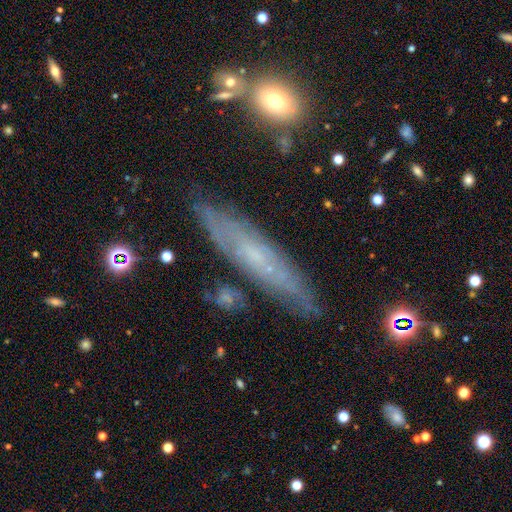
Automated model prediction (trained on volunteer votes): This appears to be a featured or disk galaxy (61%) viewed edge-on (59%). Merging: none (82%).